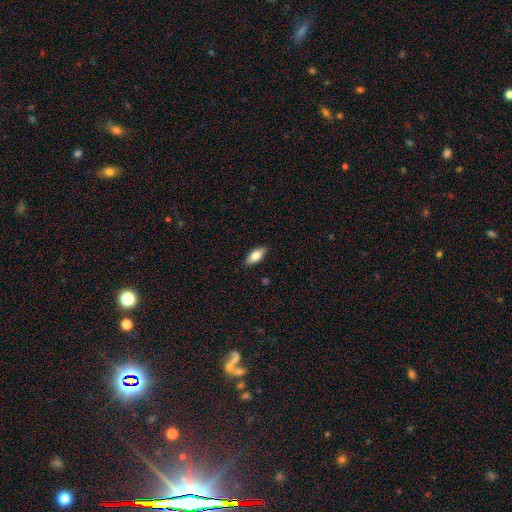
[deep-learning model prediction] smooth_or_featured: smooth (p=0.74) [alt: featured or disk p=0.19]
how_rounded: in between (p=0.83) [alt: cigar-shaped p=0.14]
merging: none (p=0.88) [alt: minor disturbance p=0.09]